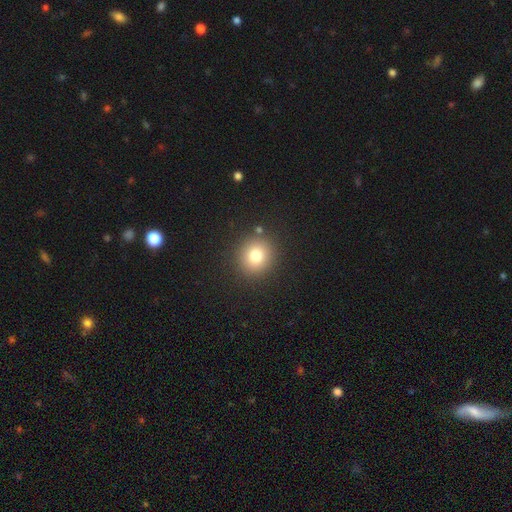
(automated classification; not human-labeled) Q: Smooth or featured?
A: smooth (79%); runner-up: star or artifact (13%)
Q: How rounded?
A: round (88%); runner-up: in between (11%)
Q: Merging?
A: none (87%); runner-up: minor disturbance (7%)